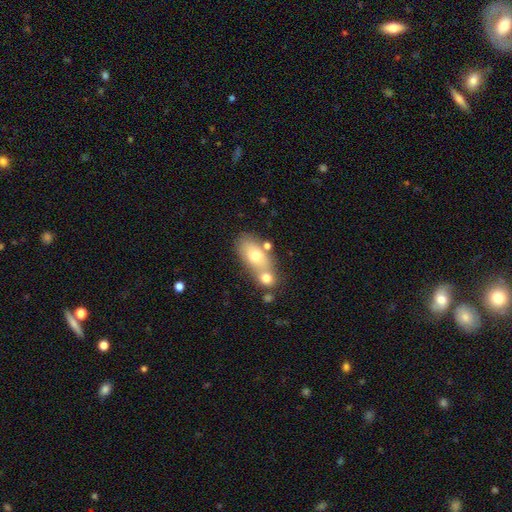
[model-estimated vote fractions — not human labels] Overall: smooth (68%). How rounded: in between (83%). Merging: merger (43%; none 41%).